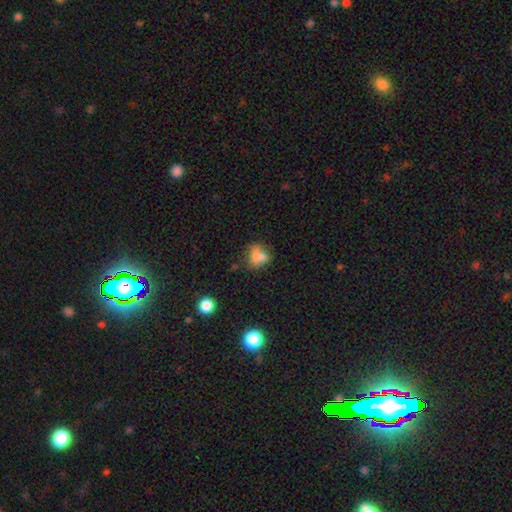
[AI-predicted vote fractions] Q: Smooth or featured?
A: smooth (67%); runner-up: featured or disk (19%)
Q: How rounded?
A: in between (52%); runner-up: round (46%)
Q: Merging?
A: none (38%); runner-up: merger (27%)